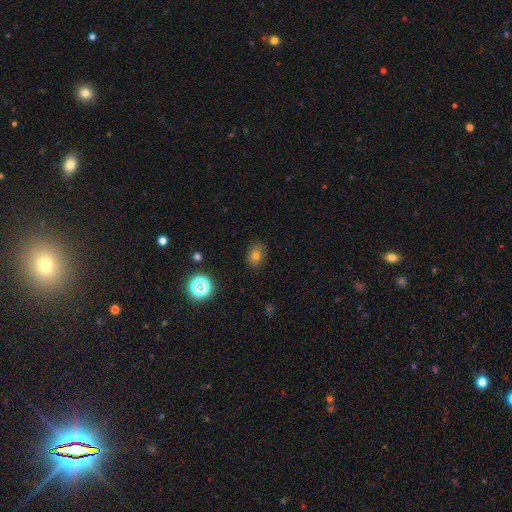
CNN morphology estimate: Smooth or featured? smooth (73%)
How rounded? in between (67%)
Merging? none (85%)